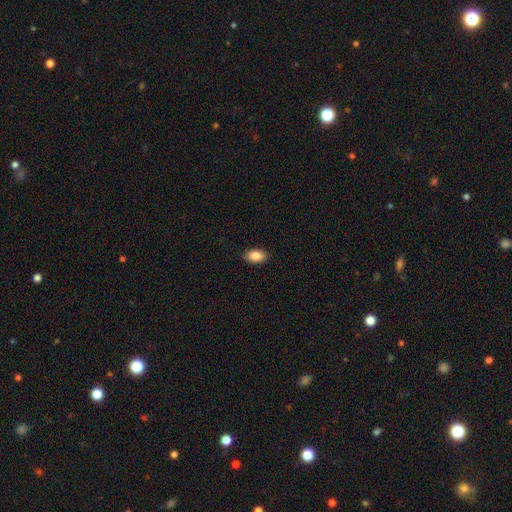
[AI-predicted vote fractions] This is clearly a smooth galaxy (89%). How rounded: clearly in between (90%). Merging: clearly none (89%).